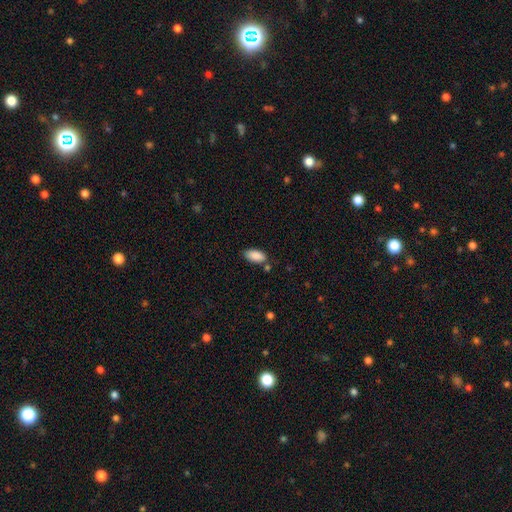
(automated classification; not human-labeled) A smooth galaxy with no disk features (89%) that is in between round and cigar-shaped (93%). Merging: none (77%).